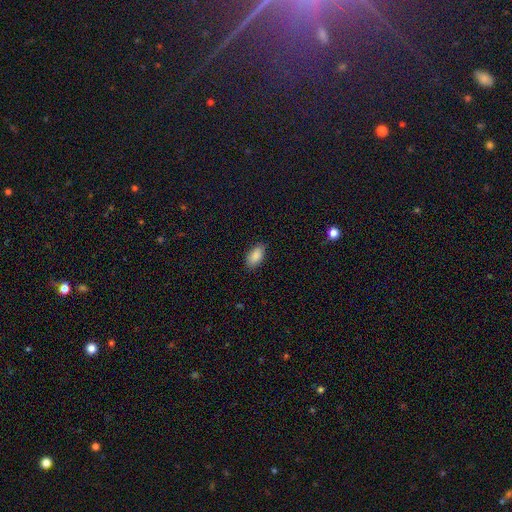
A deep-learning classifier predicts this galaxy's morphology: The model was most divided on "merging": none: 85%, minor disturbance: 12%, major disturbance: 3%, merger: 1%. More confident: how rounded — in between (92%); smooth or featured — smooth (88%).